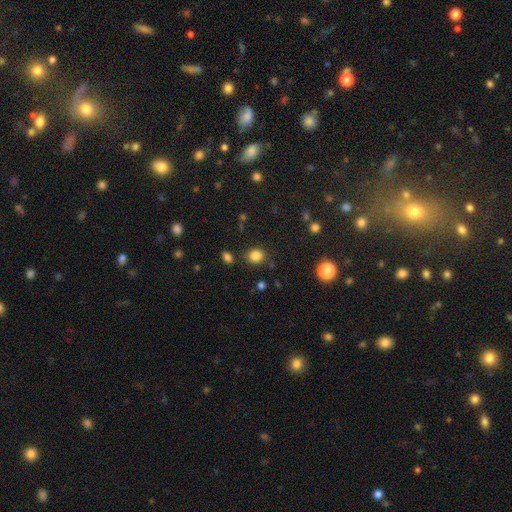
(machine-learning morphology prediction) This is clearly a smooth galaxy (83%). How rounded: likely round (71%). Merging: clearly none (84%).